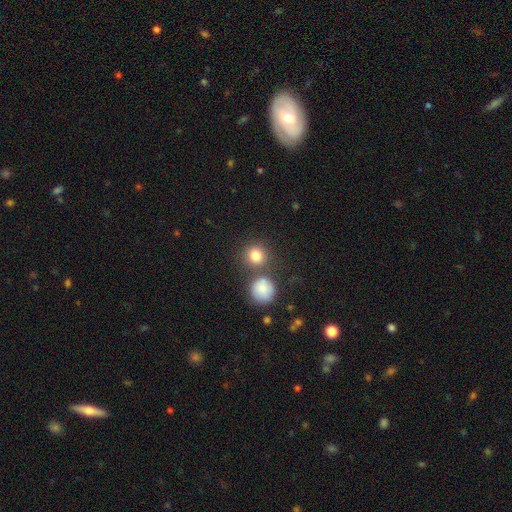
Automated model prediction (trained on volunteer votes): smooth_or_featured: smooth (p=0.82) [alt: star or artifact p=0.12]
how_rounded: round (p=0.88) [alt: in between p=0.11]
merging: none (p=0.71) [alt: merger p=0.18]